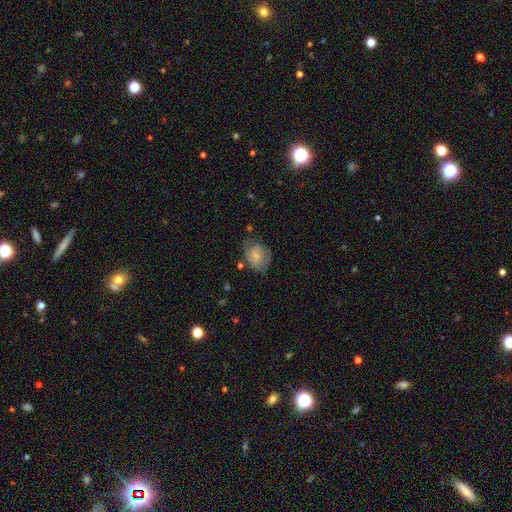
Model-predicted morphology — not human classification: Overall: smooth (60%; featured or disk 32%). How rounded: in between (59%; round 40%). Merging: none (59%; minor disturbance 28%).